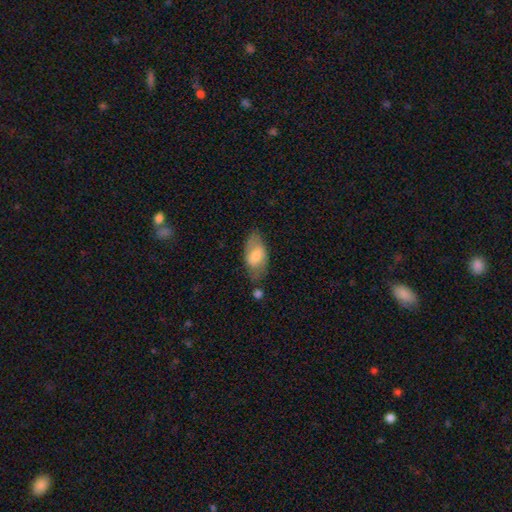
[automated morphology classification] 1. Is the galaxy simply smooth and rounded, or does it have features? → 65% smooth, 29% featured or disk, 6% star or artifact.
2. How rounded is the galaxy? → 92% in between, 5% round, 4% cigar-shaped.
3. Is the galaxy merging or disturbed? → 65% none, 22% minor disturbance, 7% major disturbance, 6% merger.